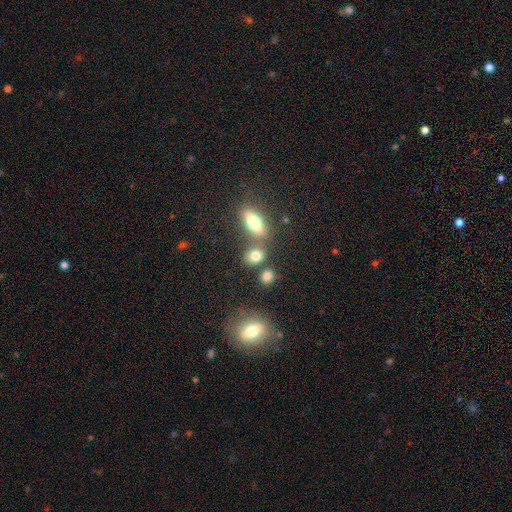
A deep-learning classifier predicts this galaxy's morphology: smooth_or_featured: smooth (p=0.77) [alt: star or artifact p=0.13]
how_rounded: in between (p=0.50) [alt: round p=0.45]
merging: none (p=0.64) [alt: merger p=0.22]